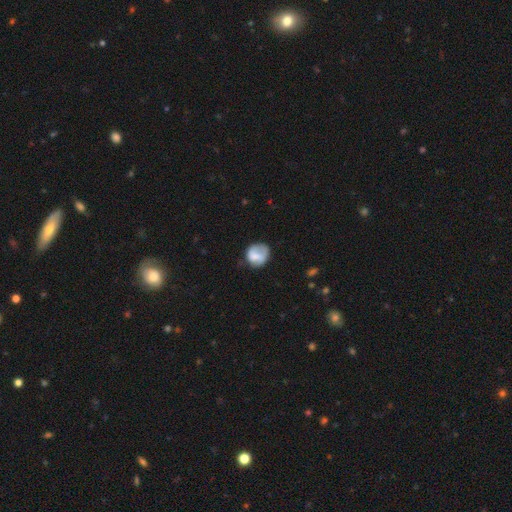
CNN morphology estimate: This is likely a smooth galaxy (67%). How rounded: likely round (76%). Merging: possibly none (54%).